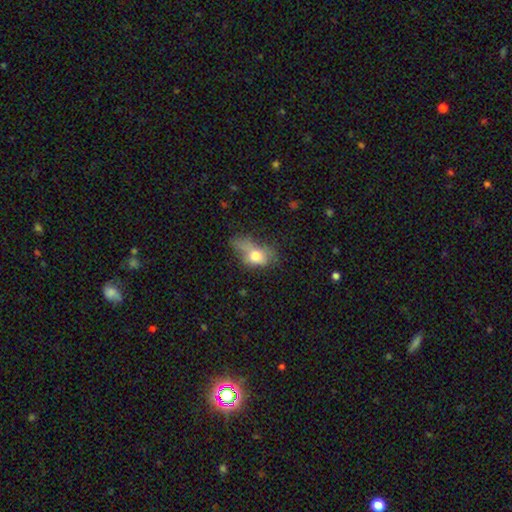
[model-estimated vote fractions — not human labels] Overall: smooth (66%). How rounded: in between (78%). Merging: major disturbance (40%; minor disturbance 27%).